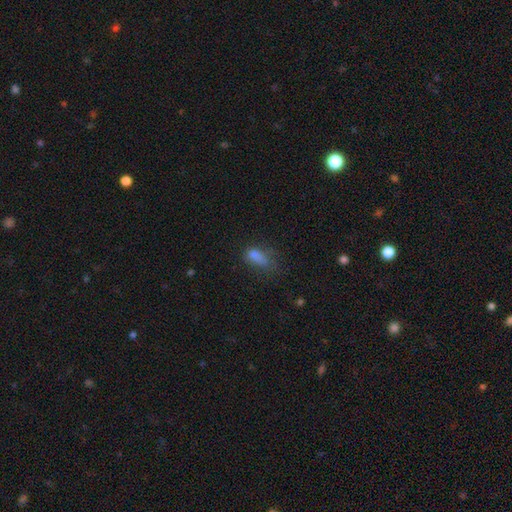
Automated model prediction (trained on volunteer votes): This is likely a smooth galaxy (69%). How rounded: likely in between (75%). Merging: marginally none (37%).